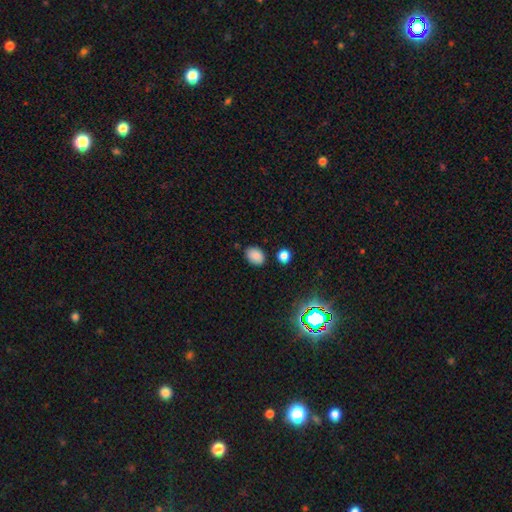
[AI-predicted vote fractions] The model was most divided on "how rounded": in between: 76%, round: 23%, cigar-shaped: 1%. More confident: smooth or featured — smooth (84%); merging — none (81%).